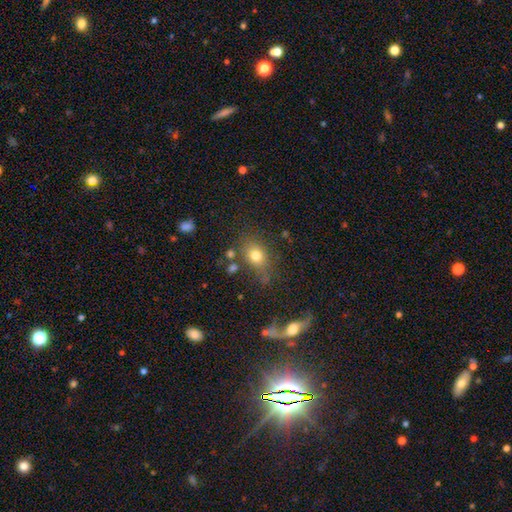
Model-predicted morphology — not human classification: Overall: smooth (76%). How rounded: in between (59%; round 39%). Merging: none (69%).